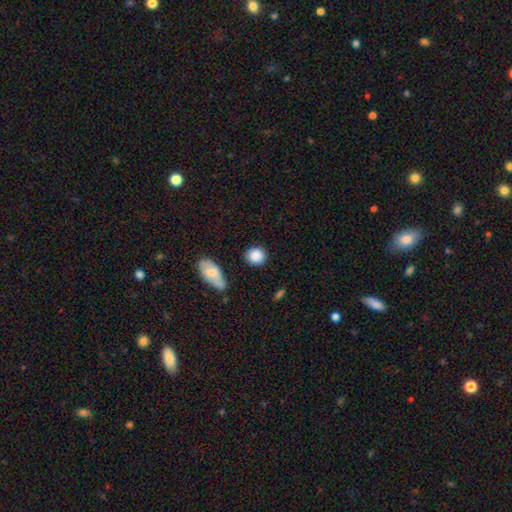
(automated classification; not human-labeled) smooth_or_featured: smooth (p=0.87) [alt: star or artifact p=0.08]
how_rounded: round (p=0.84) [alt: in between p=0.14]
merging: none (p=0.80) [alt: minor disturbance p=0.13]